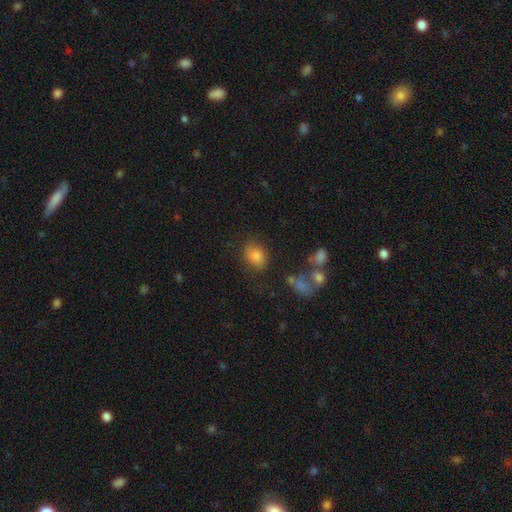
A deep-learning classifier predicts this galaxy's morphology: smooth 80%, star or artifact 11%, featured or disk 9%. Down the decision tree: how rounded — in between (57%); merging — none (71%).